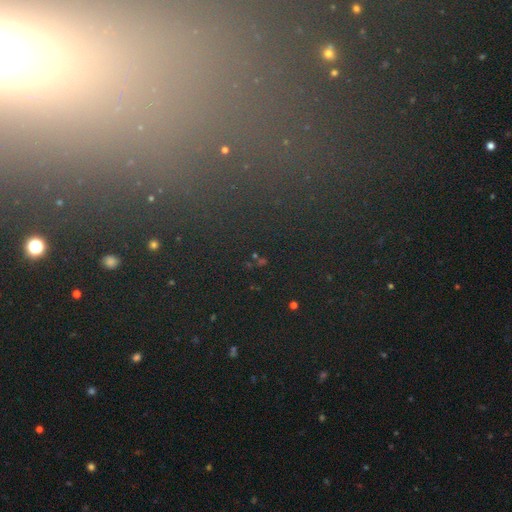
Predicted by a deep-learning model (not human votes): This is likely a star or artifact rather than a galaxy (69%).